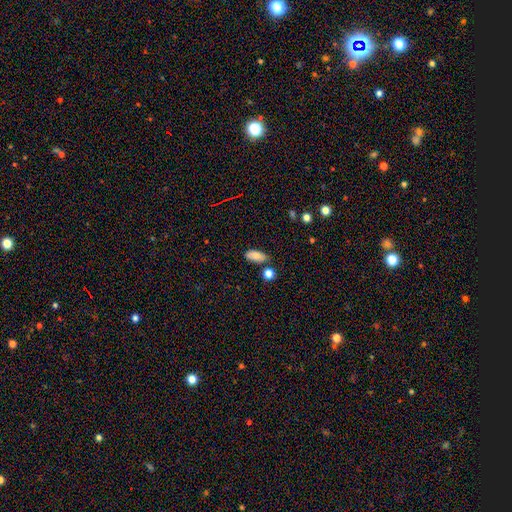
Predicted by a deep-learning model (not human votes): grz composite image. It shows a smooth galaxy with no disk features (81%) that is in between round and cigar-shaped (85%). Merging: none (77%).